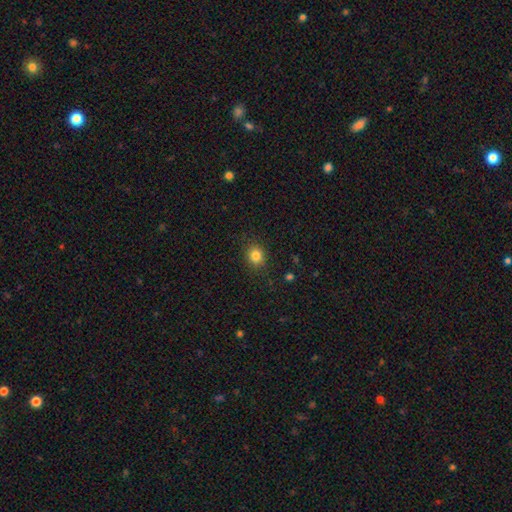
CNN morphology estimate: A smooth galaxy with no disk features (83%) that is round (78%). Merging: none (88%).